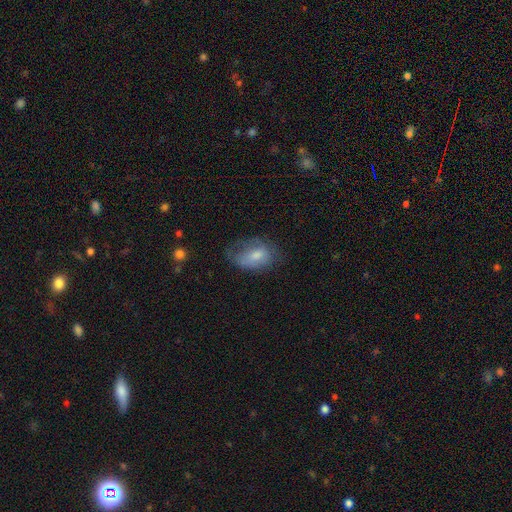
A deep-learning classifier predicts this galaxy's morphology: smooth_or_featured: smooth (p=0.68) [alt: featured or disk p=0.25]
how_rounded: in between (p=0.86) [alt: round p=0.13]
merging: none (p=0.41) [alt: minor disturbance p=0.32]